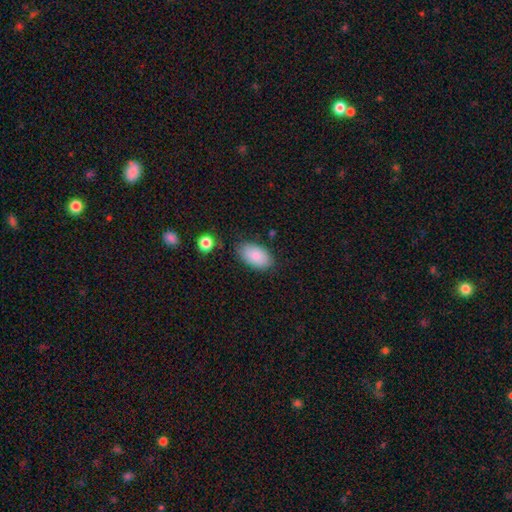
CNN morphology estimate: type=smooth (88%); roundness=in between (95%); merging=none (80%).